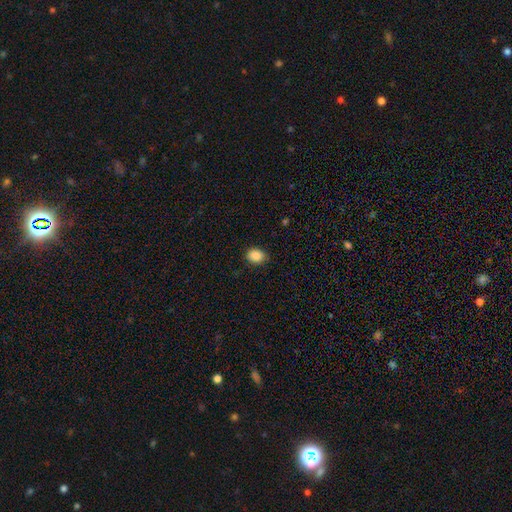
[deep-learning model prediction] Smooth or featured? Predicted: smooth (p=0.88). How rounded? Predicted: in between (p=0.56). Merging? Predicted: none (p=0.84).